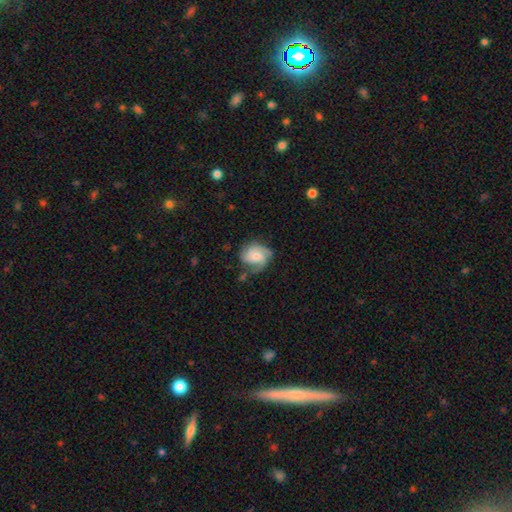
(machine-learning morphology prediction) smooth-or-featured: featured or disk: 73% | smooth: 21% | star or artifact: 6%
  disk-edge-on: no: 98% | yes: 2%
    bar: no: 66% | weak: 29% | strong: 5%
    has-spiral-arms: yes: 94% | no: 6%
      spiral-winding: medium: 43% | tight: 40% | loose: 17%
      spiral-arm-count: 3: 46% | 2: 25% | can't tell: 14% | 4: 6% | 1: 6% | more than 4: 3%
    bulge-size: moderate: 49% | small: 39% | large: 6% | none: 5% | dominant: 1%
  merging: none: 59% | minor disturbance: 25% | major disturbance: 13% | merger: 3%